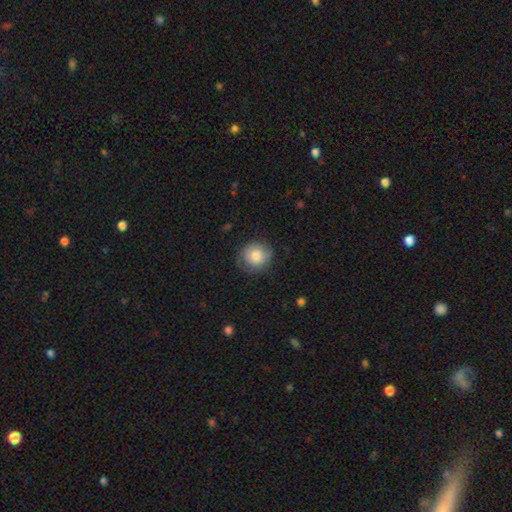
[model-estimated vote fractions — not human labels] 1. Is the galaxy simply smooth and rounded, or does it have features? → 77% smooth, 16% featured or disk, 7% star or artifact.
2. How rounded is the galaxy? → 87% round, 12% in between, 1% cigar-shaped.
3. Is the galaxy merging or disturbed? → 75% none, 18% minor disturbance, 6% major disturbance, 1% merger.